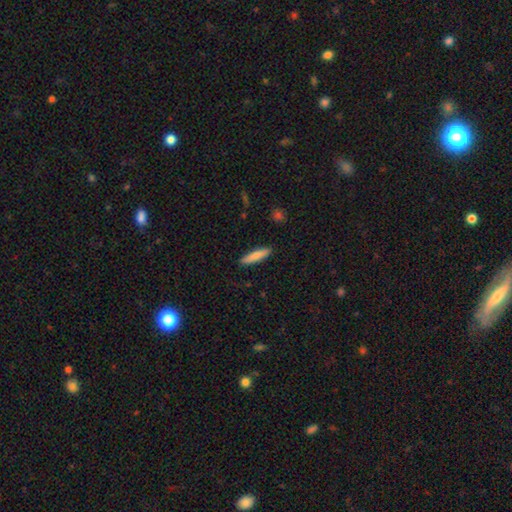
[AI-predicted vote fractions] Morphology: type=smooth (81%); roundness=cigar-shaped (82%); merging=none (90%).